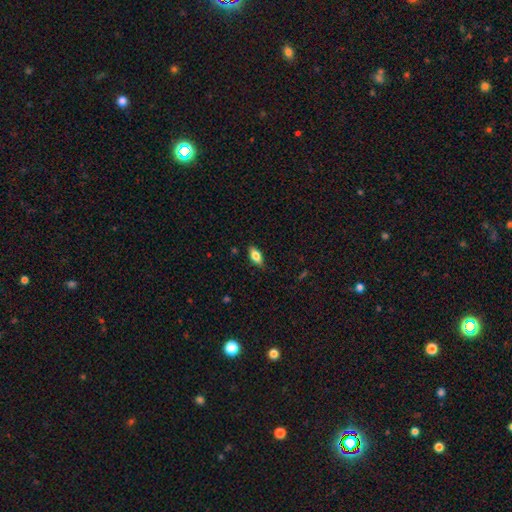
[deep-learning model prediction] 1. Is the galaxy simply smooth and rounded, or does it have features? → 76% smooth, 17% featured or disk, 7% star or artifact.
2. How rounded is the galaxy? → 83% in between, 13% cigar-shaped, 3% round.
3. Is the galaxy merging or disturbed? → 82% none, 14% minor disturbance, 3% major disturbance, 1% merger.